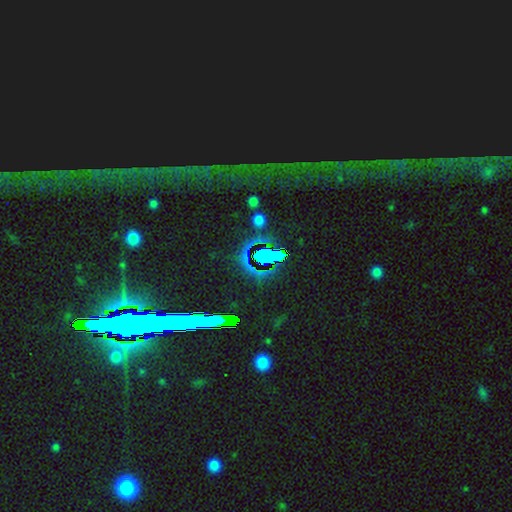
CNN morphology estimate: type=star or artifact (73%).